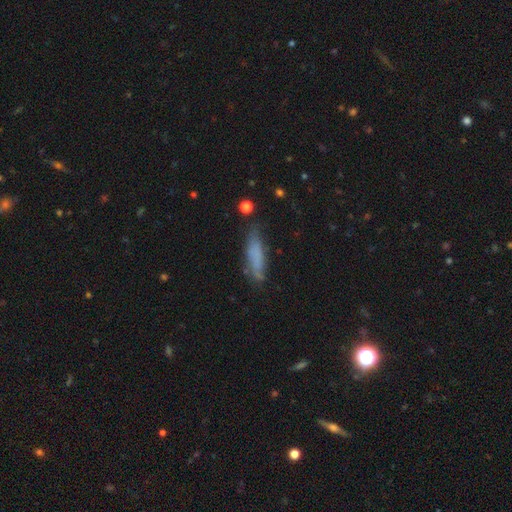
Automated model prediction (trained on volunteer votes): This appears to be a smooth galaxy with no disk features (68%) that is cigar-shaped (72%). Merging: none (66%).